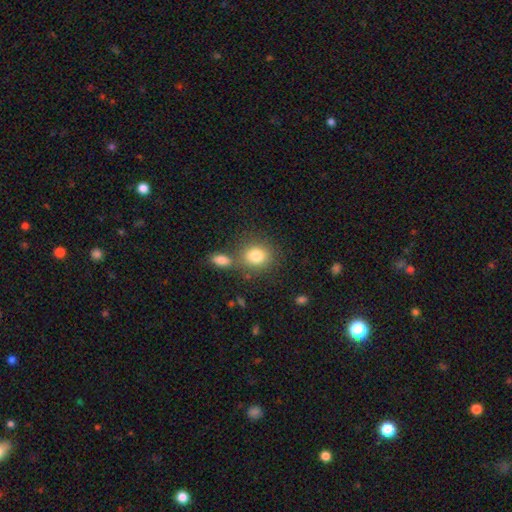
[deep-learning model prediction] Smooth or featured?
  - smooth: 83% *
  - star or artifact: 10%
  - featured or disk: 7%
How rounded?
  - round: 68% *
  - in between: 31%
  - cigar-shaped: 1%
Merging?
  - none: 66% *
  - merger: 19%
  - minor disturbance: 11%
  - major disturbance: 4%